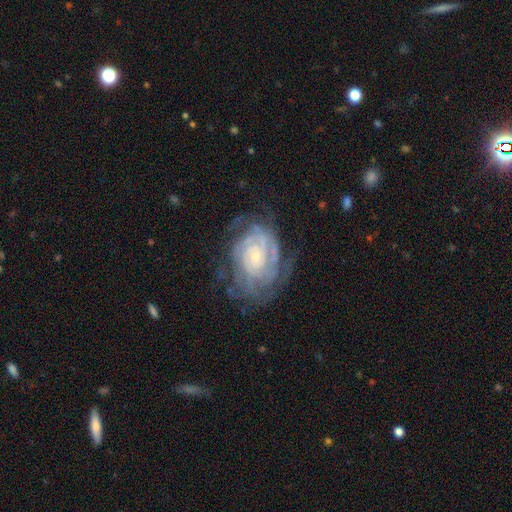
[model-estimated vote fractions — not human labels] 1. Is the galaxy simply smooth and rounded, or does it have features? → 85% featured or disk, 8% smooth, 7% star or artifact.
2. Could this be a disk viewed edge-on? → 97% no, 3% yes.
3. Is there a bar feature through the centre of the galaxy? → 74% no, 21% weak, 5% strong.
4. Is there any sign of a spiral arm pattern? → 95% yes, 5% no.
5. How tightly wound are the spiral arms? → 76% tight, 20% medium, 4% loose.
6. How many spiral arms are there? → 40% can't tell, 17% 2, 15% 3, 14% 4, 8% more than 4, 6% 1.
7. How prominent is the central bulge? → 70% small, 22% moderate, 5% none, 3% large, 1% dominant.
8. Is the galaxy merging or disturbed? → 66% none, 20% minor disturbance, 13% major disturbance, 2% merger.